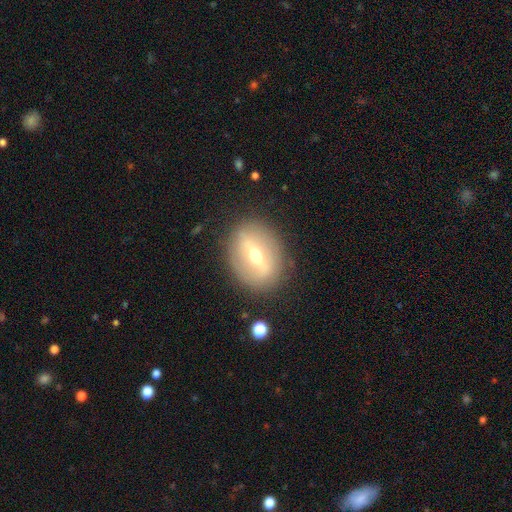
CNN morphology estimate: Overall: featured or disk (66%; smooth 26%). Edge-on disk: no (79%). Bar: strong (61%; weak 29%). Spiral arms: no (76%). Bulge size: moderate (65%; small 28%). Merging: none (83%).